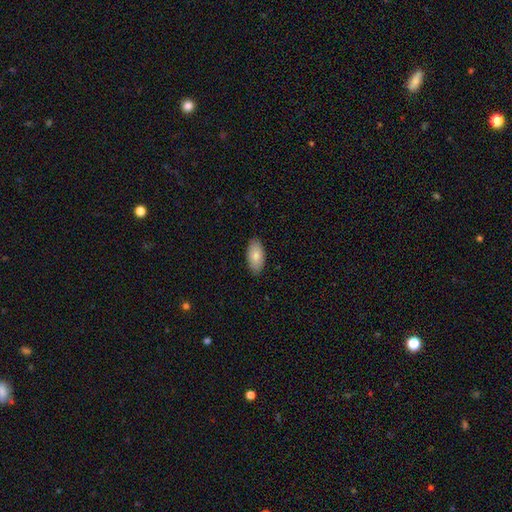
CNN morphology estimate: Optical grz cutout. It shows a smooth galaxy with no disk features (83%) that is in between round and cigar-shaped (94%). Merging: none (88%).